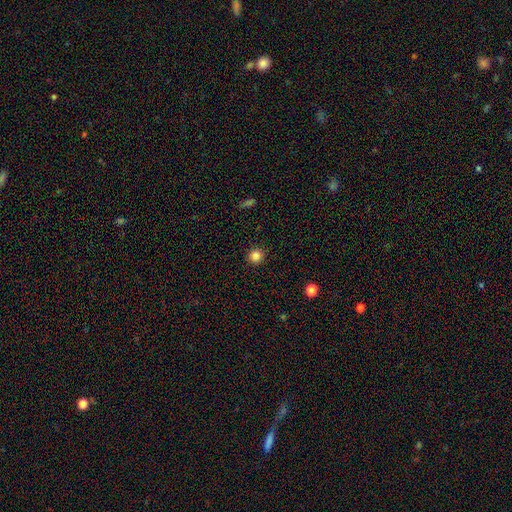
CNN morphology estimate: Smooth or featured?
  - smooth: 84% *
  - star or artifact: 12%
  - featured or disk: 4%
How rounded?
  - round: 92% *
  - in between: 7%
  - cigar-shaped: 1%
Merging?
  - none: 91% *
  - minor disturbance: 6%
  - major disturbance: 2%
  - merger: 1%